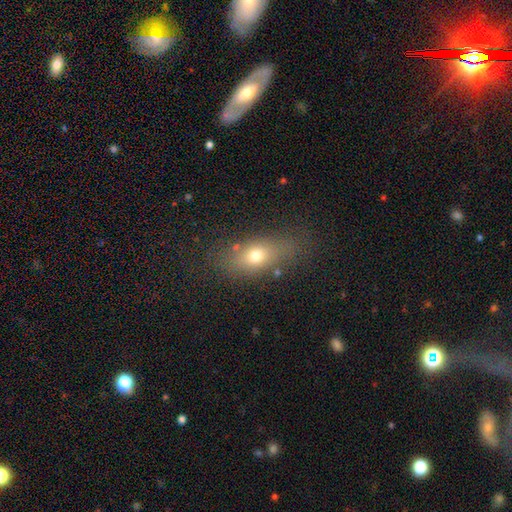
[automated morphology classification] This appears to be a smooth galaxy with no disk features (69%) that is in between round and cigar-shaped (75%). Merging: none (77%).